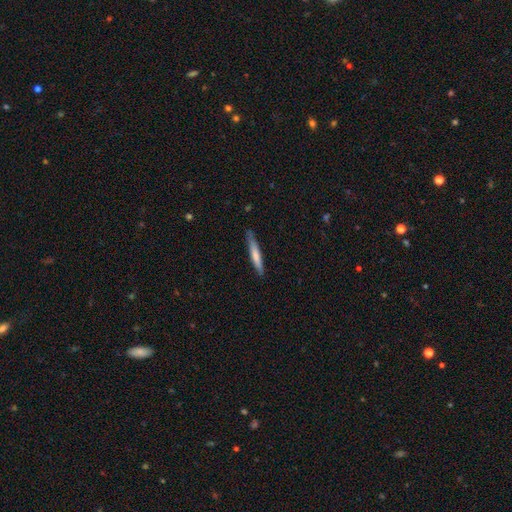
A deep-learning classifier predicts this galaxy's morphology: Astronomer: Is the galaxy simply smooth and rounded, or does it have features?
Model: smooth — 68%.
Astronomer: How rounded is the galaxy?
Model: cigar-shaped — 94%.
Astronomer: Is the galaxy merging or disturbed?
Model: none — 82%.